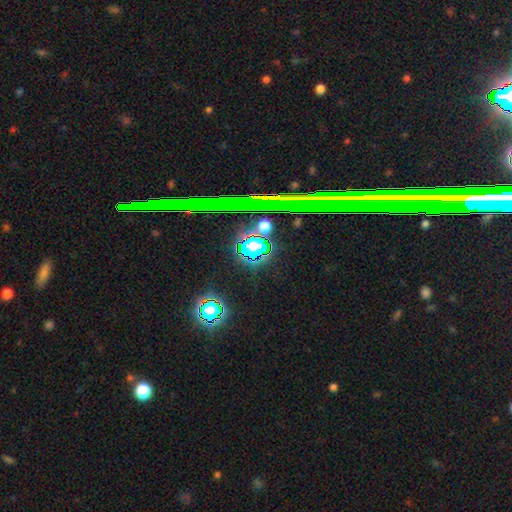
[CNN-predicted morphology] Smooth or featured?
  - star or artifact: 76% *
  - featured or disk: 12%
  - smooth: 12%